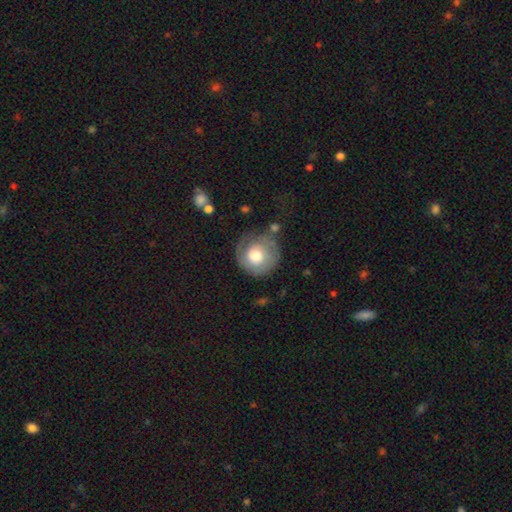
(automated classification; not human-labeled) Smooth or featured: smooth — 59% (featured or disk — 35%)
How rounded: round — 91% (in between — 8%)
Merging: none — 59% (minor disturbance — 23%)